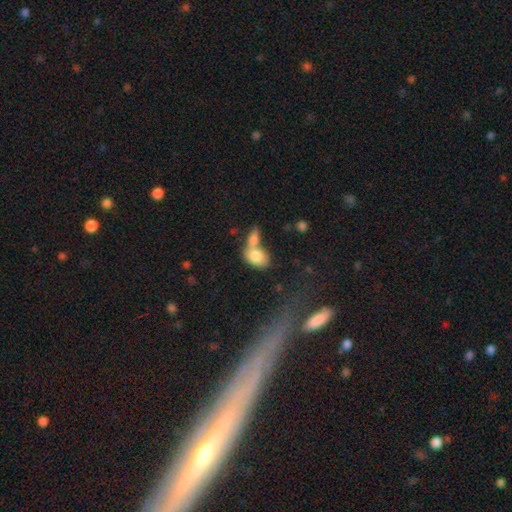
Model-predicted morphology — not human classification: Smooth or featured? Predicted: smooth (p=0.79). How rounded? Predicted: in between (p=0.77). Merging? Predicted: merger (p=0.61).